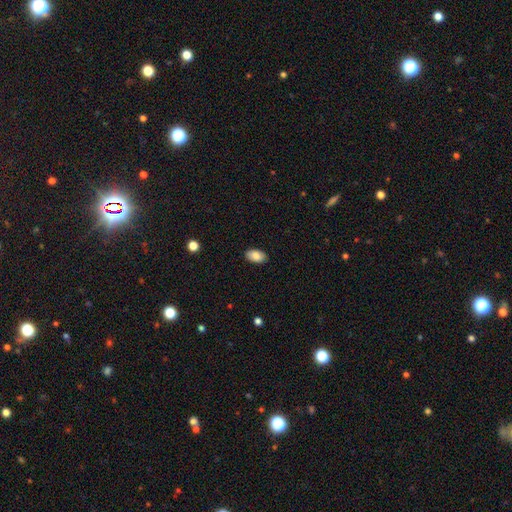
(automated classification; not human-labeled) A smooth galaxy with no disk features (86%) that is in between round and cigar-shaped (94%). Merging: none (89%).